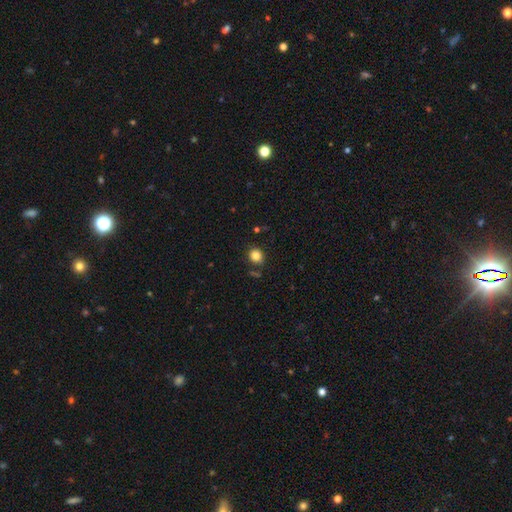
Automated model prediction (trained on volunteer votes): smooth-or-featured: smooth: 83% | star or artifact: 11% | featured or disk: 6%
  how-rounded: round: 73% | in between: 26% | cigar-shaped: 1%
  merging: none: 81% | minor disturbance: 11% | merger: 5% | major disturbance: 3%